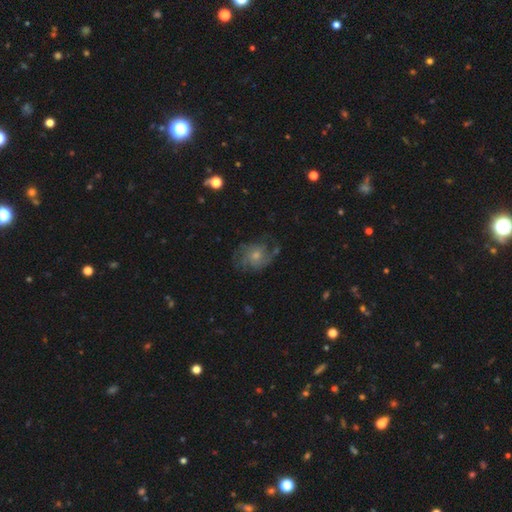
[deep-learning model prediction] Smooth or featured?
  - featured or disk: 67% *
  - smooth: 25%
  - star or artifact: 8%
Edge-on disk?
  - no: 97% *
  - yes: 3%
Bar?
  - no: 79% *
  - weak: 18%
  - strong: 2%
Spiral arms?
  - yes: 85% *
  - no: 15%
Spiral winding?
  - medium: 42% *
  - tight: 32%
  - loose: 26%
Spiral arm count?
  - can't tell: 33% *
  - 2: 28%
  - 3: 18%
  - 4: 8%
  - 1: 7%
  - more than 4: 6%
Bulge size?
  - small: 50% *
  - moderate: 41%
  - large: 4%
  - none: 3%
  - dominant: 1%
Merging?
  - none: 56% *
  - minor disturbance: 23%
  - major disturbance: 19%
  - merger: 2%